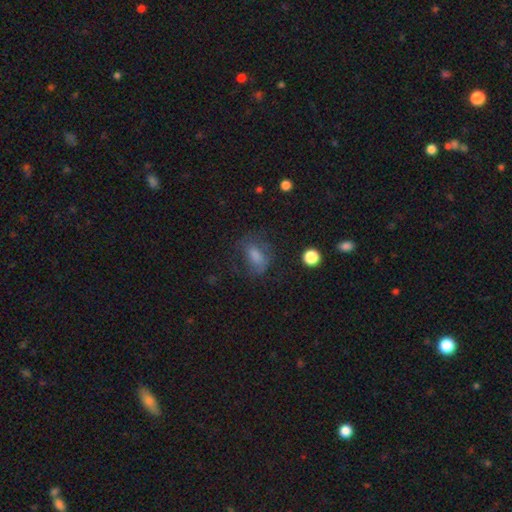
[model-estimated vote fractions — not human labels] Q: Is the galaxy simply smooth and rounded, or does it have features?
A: smooth — 58%.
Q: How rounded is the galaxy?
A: in between — 77%.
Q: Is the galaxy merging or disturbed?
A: none — 56%.